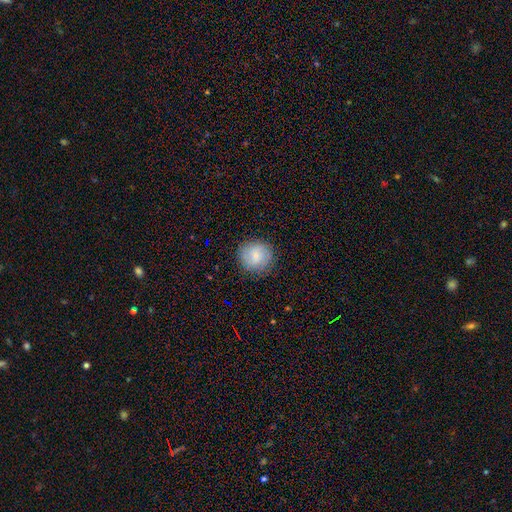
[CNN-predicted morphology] A smooth galaxy with no disk features (72%) that is round (90%). Merging: none (86%).